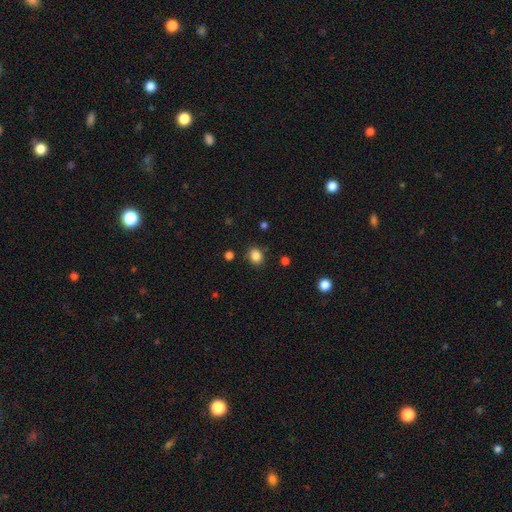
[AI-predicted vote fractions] This appears to be a smooth galaxy with no disk features (84%) that is round (65%). Merging: none (85%).